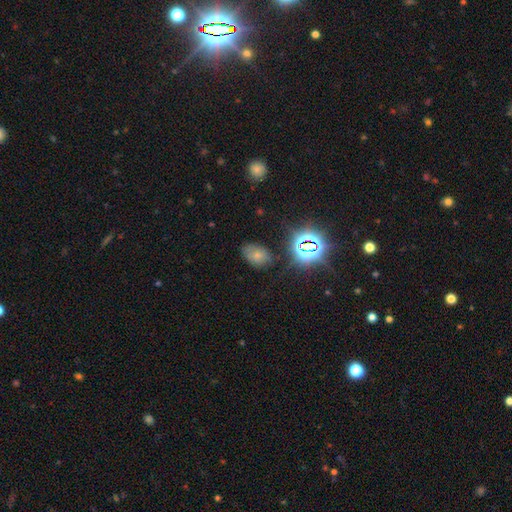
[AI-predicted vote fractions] Smooth or featured: smooth — 61% (star or artifact — 24%)
How rounded: in between — 80% (round — 19%)
Merging: none — 67% (minor disturbance — 22%)